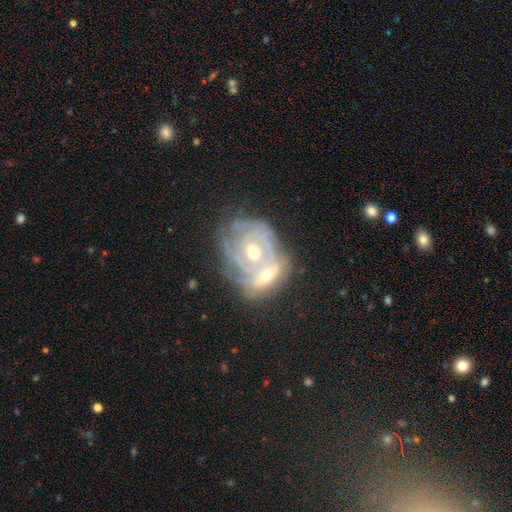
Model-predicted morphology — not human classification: A featured or disk galaxy (78%) with no bar (66%), tight (72%) spiral arms (85%) and a moderate central bulge (68%). Merging: merger (52%).